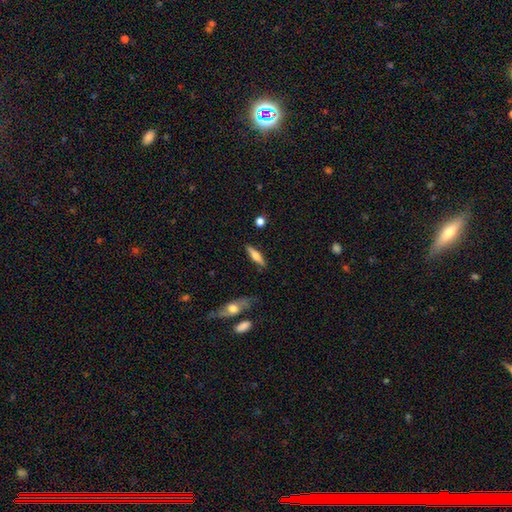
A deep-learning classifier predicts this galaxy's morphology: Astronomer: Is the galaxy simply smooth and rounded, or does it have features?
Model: smooth — 52% (runner-up: featured or disk, 42%).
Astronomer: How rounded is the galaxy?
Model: cigar-shaped — 67%.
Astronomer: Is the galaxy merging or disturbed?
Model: none — 85%.